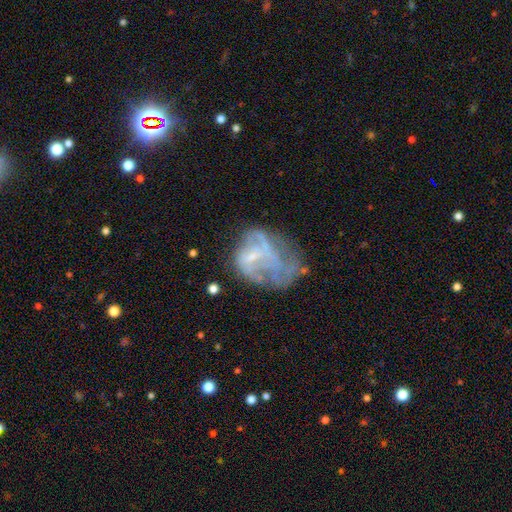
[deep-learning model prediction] Morphology: type=featured or disk (62%); edge-on=no (98%); bar=no (69%); spiral arms=no (69%); bulge=none (47%); merging=major disturbance (44%).